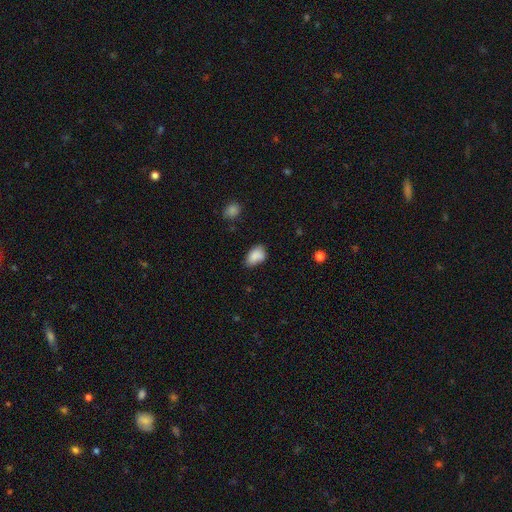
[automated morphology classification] A smooth galaxy with no disk features (86%) that is in between round and cigar-shaped (88%).

Vote fractions:
- Smooth or featured? smooth: 86% / star or artifact: 8% / featured or disk: 6%
- How rounded? in between: 88% / round: 10% / cigar-shaped: 1%
- Merging? none: 60% / minor disturbance: 31% / major disturbance: 6% / merger: 3%